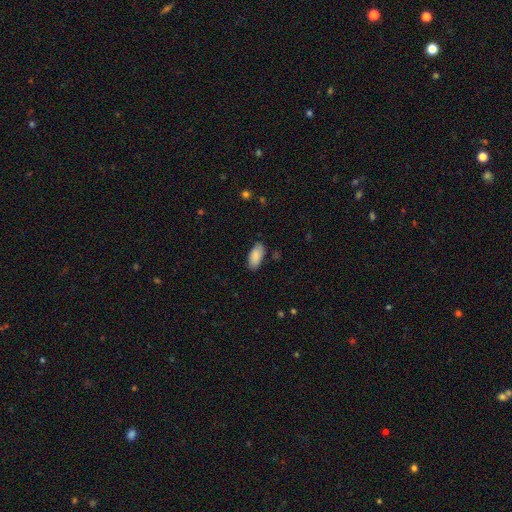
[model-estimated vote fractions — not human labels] smooth_or_featured: smooth (p=0.88) [alt: star or artifact p=0.06]
how_rounded: in between (p=0.92) [alt: cigar-shaped p=0.06]
merging: none (p=0.81) [alt: minor disturbance p=0.15]